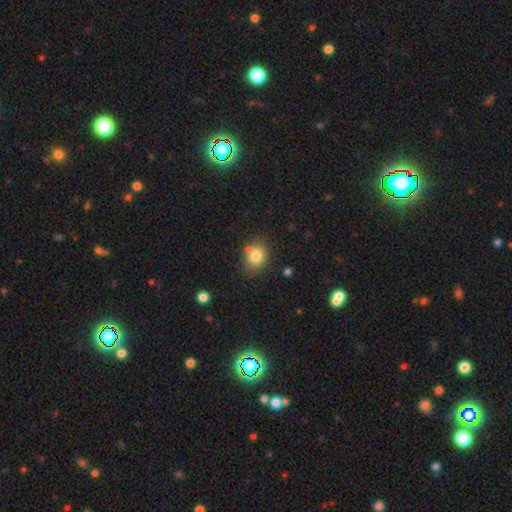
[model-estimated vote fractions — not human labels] Smooth or featured? Predicted: smooth (p=0.80). How rounded? Predicted: round (p=0.56). Merging? Predicted: none (p=0.73).